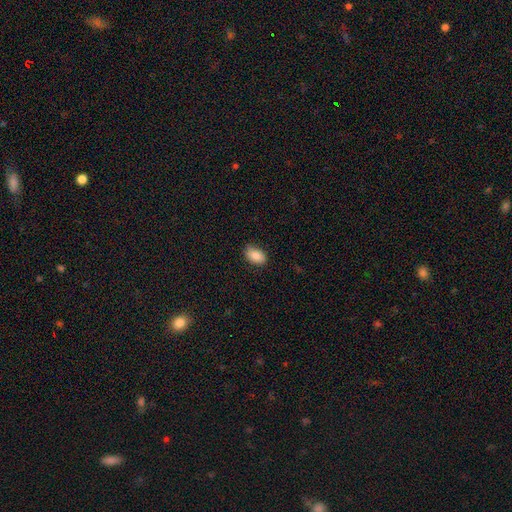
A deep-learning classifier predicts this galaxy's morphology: Smooth or featured? smooth (86%)
How rounded? in between (89%)
Merging? none (85%)